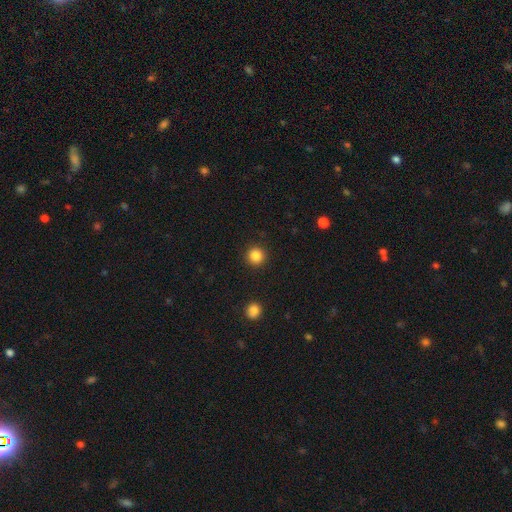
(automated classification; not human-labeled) This is clearly a smooth galaxy (85%). How rounded: clearly round (95%). Merging: clearly none (92%).